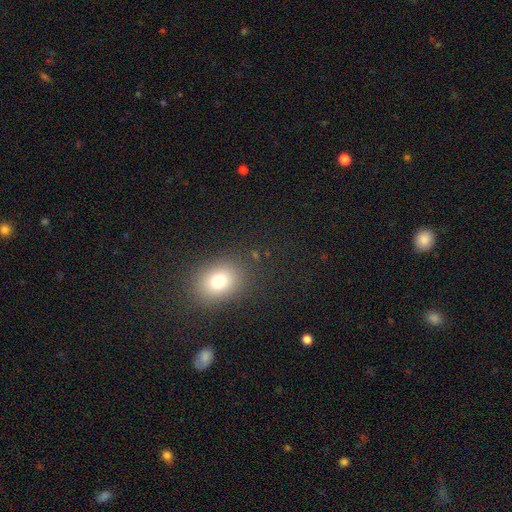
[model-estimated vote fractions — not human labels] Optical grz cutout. It shows a smooth galaxy with no disk features (71%) that is round (51%). Merging: none (87%).